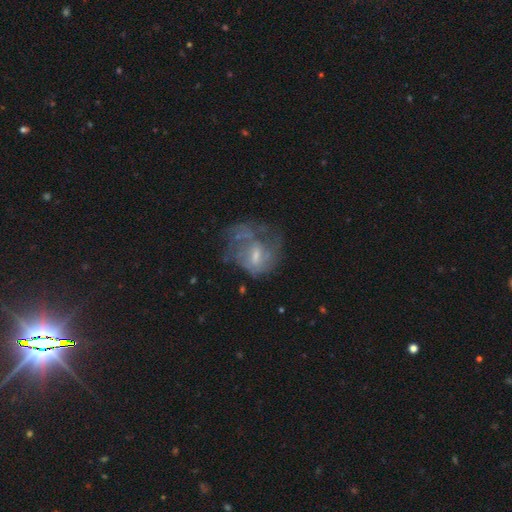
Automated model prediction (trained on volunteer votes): Q: Smooth or featured?
A: featured or disk (65%); runner-up: smooth (25%)
Q: Edge-on disk?
A: no (97%); runner-up: yes (3%)
Q: Bar?
A: weak (53%); runner-up: no (33%)
Q: Spiral arms?
A: yes (57%); runner-up: no (43%)
Q: Bulge size?
A: small (43%); runner-up: moderate (36%)
Q: Merging?
A: major disturbance (42%); runner-up: none (32%)